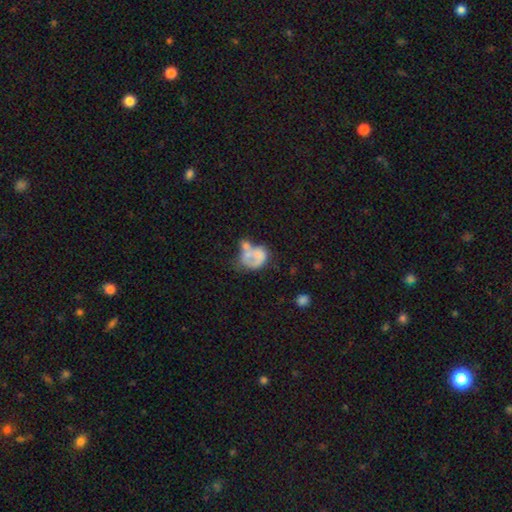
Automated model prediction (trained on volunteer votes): smooth-or-featured: smooth: 50% | featured or disk: 41% | star or artifact: 9%
  how-rounded: in between: 53% | round: 46% | cigar-shaped: 1%
  merging: merger: 48% | major disturbance: 21% | none: 18% | minor disturbance: 14%